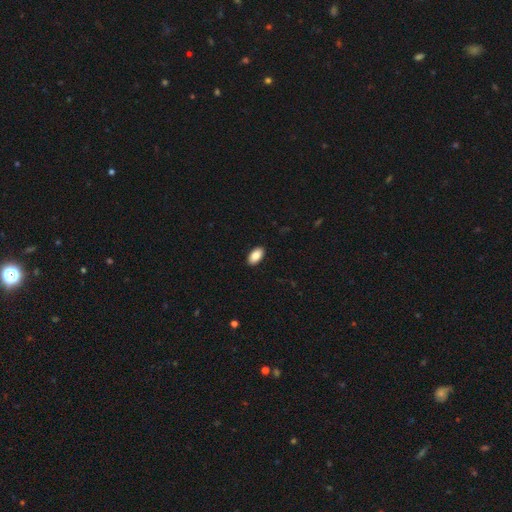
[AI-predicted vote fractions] This is clearly a smooth galaxy (87%). How rounded: clearly in between (95%). Merging: clearly none (91%).